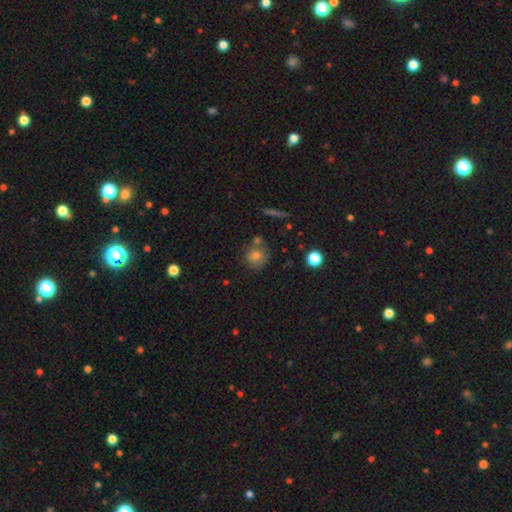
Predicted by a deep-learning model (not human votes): smooth-or-featured: smooth: 73% | star or artifact: 14% | featured or disk: 13%
  how-rounded: round: 88% | in between: 11% | cigar-shaped: 1%
  merging: none: 71% | merger: 14% | minor disturbance: 12% | major disturbance: 3%